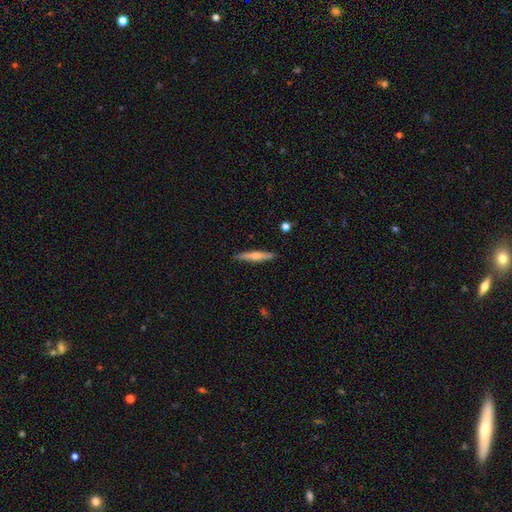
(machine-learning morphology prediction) Q: Smooth or featured?
A: smooth (53%); runner-up: featured or disk (41%)
Q: How rounded?
A: cigar-shaped (92%); runner-up: in between (6%)
Q: Merging?
A: none (89%); runner-up: minor disturbance (8%)